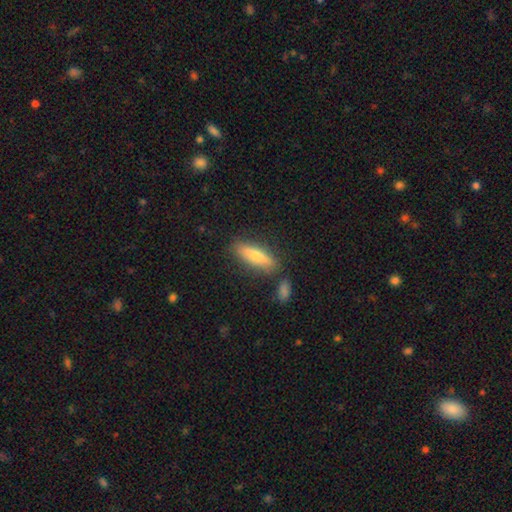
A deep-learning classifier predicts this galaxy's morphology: Overall: smooth (63%; featured or disk 31%). How rounded: cigar-shaped (66%; in between 32%). Merging: none (79%).